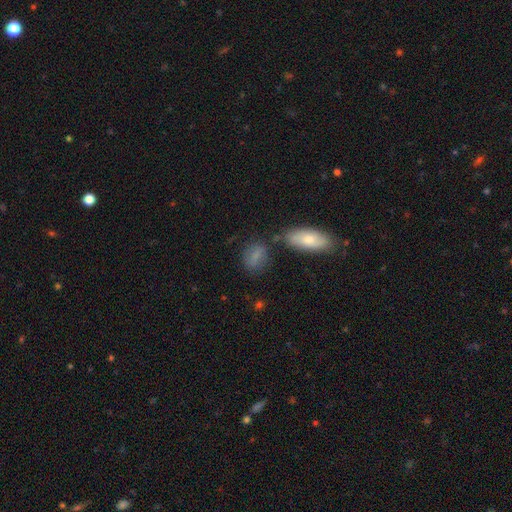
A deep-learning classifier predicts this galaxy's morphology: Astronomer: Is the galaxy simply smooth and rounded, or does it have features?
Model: smooth — 75%.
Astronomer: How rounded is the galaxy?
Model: in between — 71%.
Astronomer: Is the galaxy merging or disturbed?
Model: none — 65%.